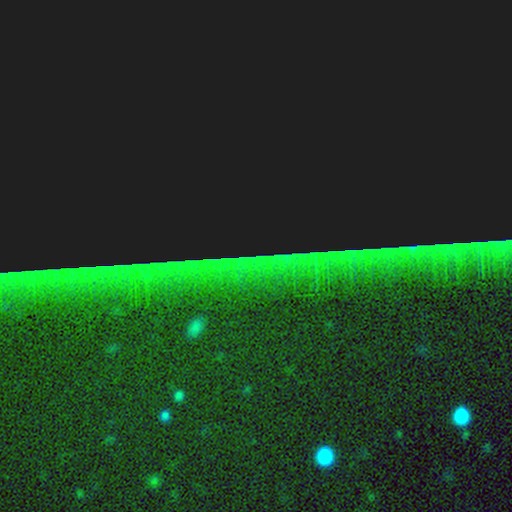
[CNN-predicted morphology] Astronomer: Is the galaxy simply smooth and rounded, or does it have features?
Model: star or artifact — 85%.